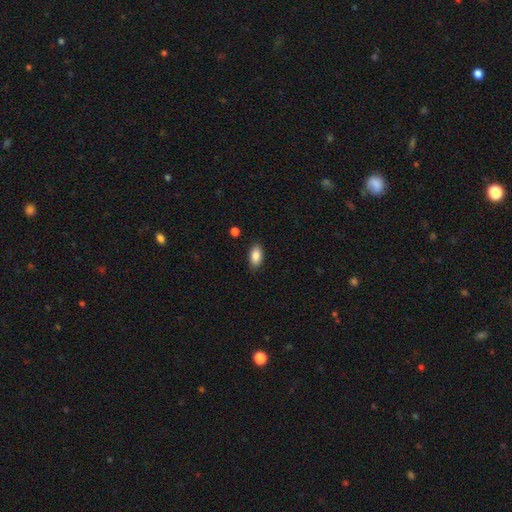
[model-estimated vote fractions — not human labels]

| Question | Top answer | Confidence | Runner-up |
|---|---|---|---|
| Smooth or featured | smooth | 87% | star or artifact (7%) |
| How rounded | in between | 92% | round (4%) |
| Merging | none | 86% | minor disturbance (10%) |